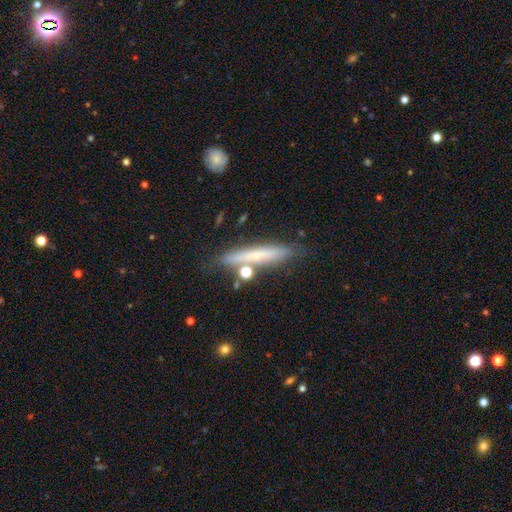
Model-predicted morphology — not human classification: Q: Smooth or featured?
A: smooth (52%); runner-up: featured or disk (39%)
Q: How rounded?
A: cigar-shaped (91%); runner-up: in between (7%)
Q: Merging?
A: none (75%); runner-up: minor disturbance (14%)